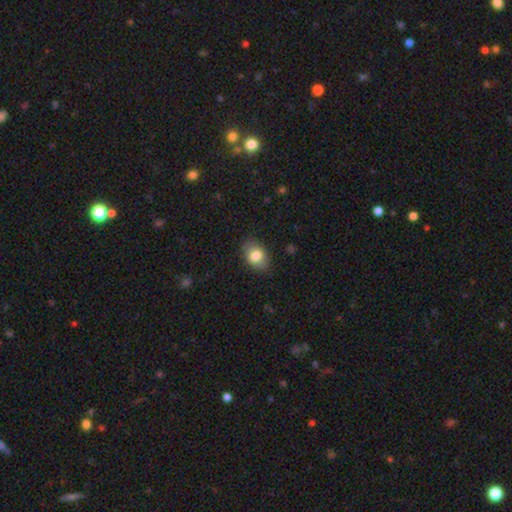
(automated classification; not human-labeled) smooth_or_featured: smooth (p=0.80) [alt: featured or disk p=0.12]
how_rounded: in between (p=0.79) [alt: round p=0.19]
merging: none (p=0.83) [alt: minor disturbance p=0.13]